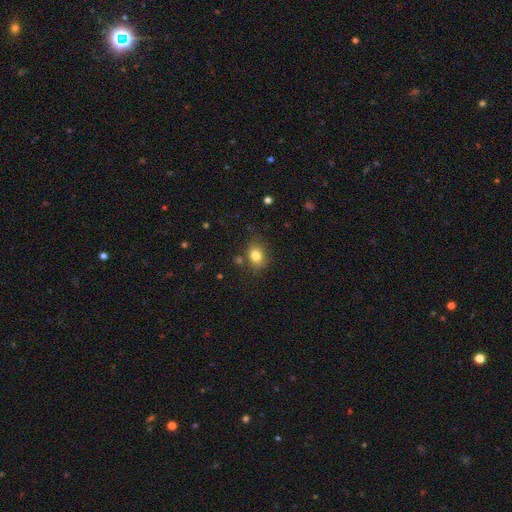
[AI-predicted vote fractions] smooth 80%, star or artifact 11%, featured or disk 9%. Down the decision tree: how rounded — in between (57%); merging — none (75%).